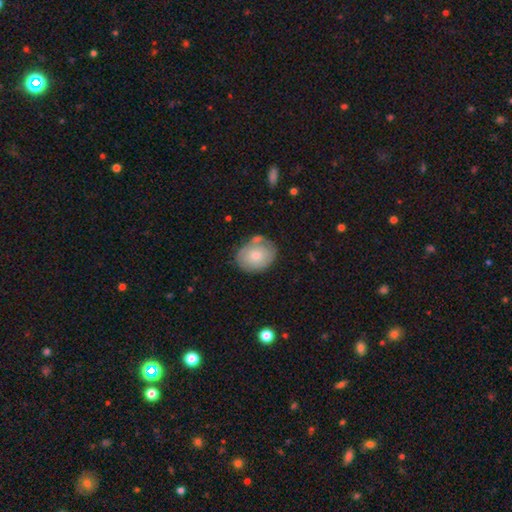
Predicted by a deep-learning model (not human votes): Smooth or featured? smooth (67%)
How rounded? round (52%)
Merging? none (61%)